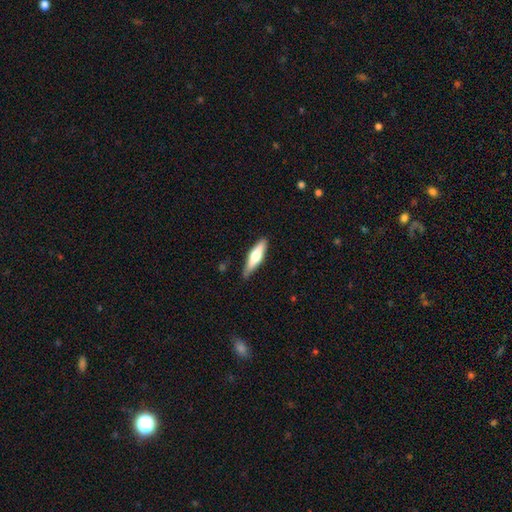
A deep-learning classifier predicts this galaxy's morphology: Smooth or featured? Predicted: smooth (p=0.55). How rounded? Predicted: cigar-shaped (p=0.68). Merging? Predicted: none (p=0.83).